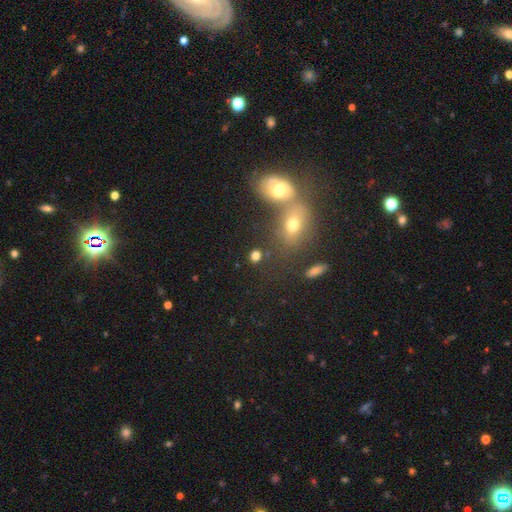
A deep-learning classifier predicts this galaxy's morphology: Smooth or featured? Predicted: smooth (p=0.74). How rounded? Predicted: round (p=0.62). Merging? Predicted: none (p=0.70).